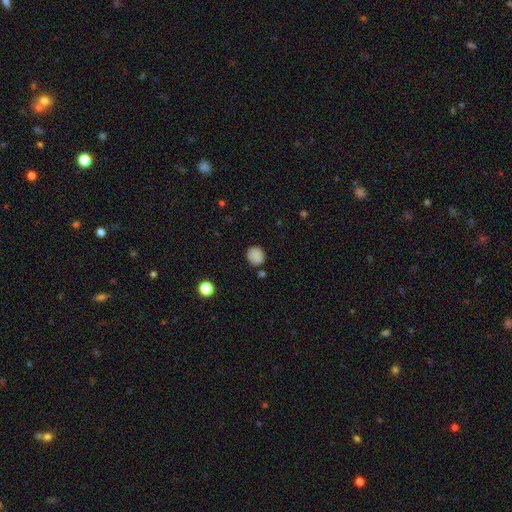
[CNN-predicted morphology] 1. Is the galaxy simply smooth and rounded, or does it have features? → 84% smooth, 11% star or artifact, 5% featured or disk.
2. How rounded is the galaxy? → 85% round, 14% in between, 1% cigar-shaped.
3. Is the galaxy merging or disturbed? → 79% none, 13% minor disturbance, 4% merger, 3% major disturbance.